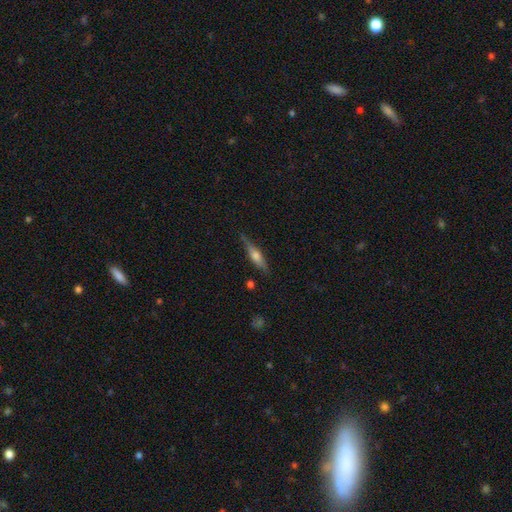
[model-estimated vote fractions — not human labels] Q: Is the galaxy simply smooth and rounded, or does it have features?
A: featured or disk — 62%.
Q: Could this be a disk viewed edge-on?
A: yes — 96%.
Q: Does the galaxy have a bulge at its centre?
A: rounded — 86%.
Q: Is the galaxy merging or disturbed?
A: none — 83%.